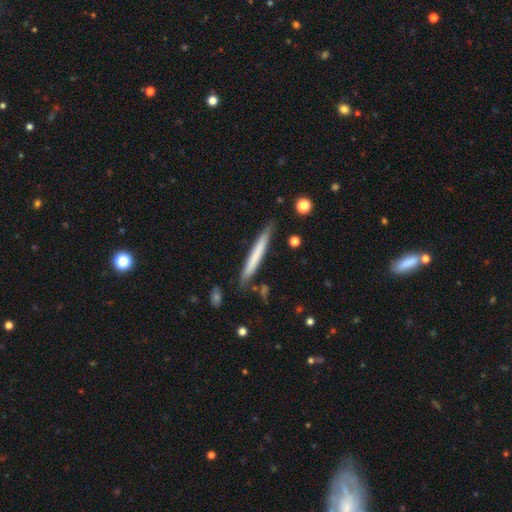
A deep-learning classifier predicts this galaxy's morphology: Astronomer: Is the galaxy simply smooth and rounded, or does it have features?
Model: smooth — 65%.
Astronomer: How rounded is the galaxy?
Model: cigar-shaped — 97%.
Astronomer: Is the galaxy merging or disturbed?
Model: none — 85%.